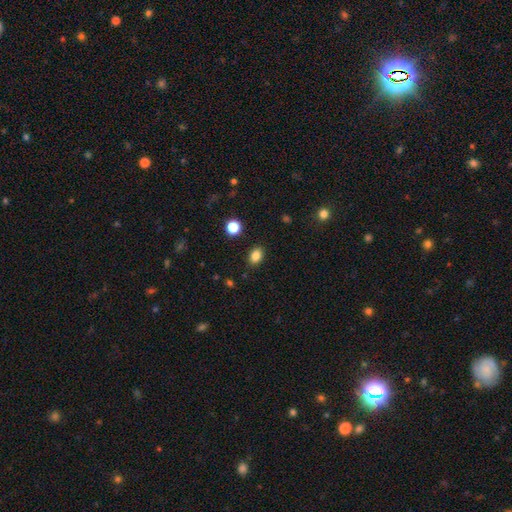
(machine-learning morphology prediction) A smooth galaxy with no disk features (84%) that is in between round and cigar-shaped (71%).

Vote fractions:
- Smooth or featured? smooth: 84% / star or artifact: 11% / featured or disk: 4%
- How rounded? in between: 71% / round: 28% / cigar-shaped: 1%
- Merging? none: 87% / minor disturbance: 9% / major disturbance: 2% / merger: 2%